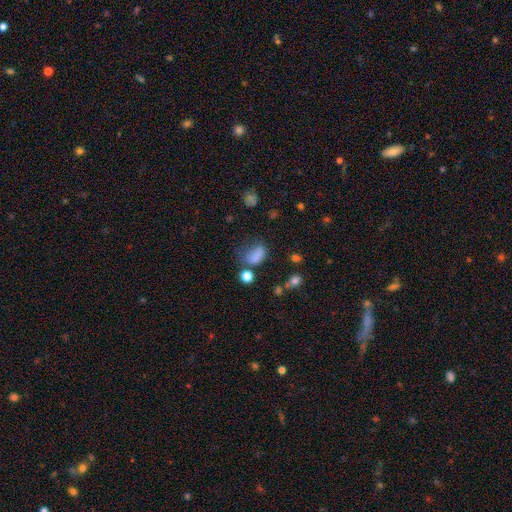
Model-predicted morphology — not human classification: type=smooth (75%); roundness=in between (76%); merging=none (37%).